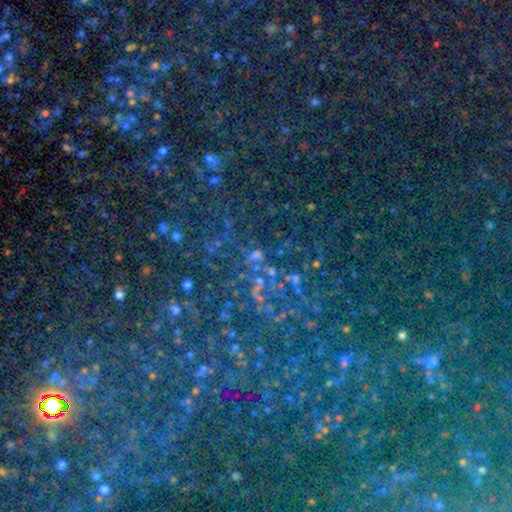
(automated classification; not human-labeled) Smooth or featured? Predicted: star or artifact (p=0.66).